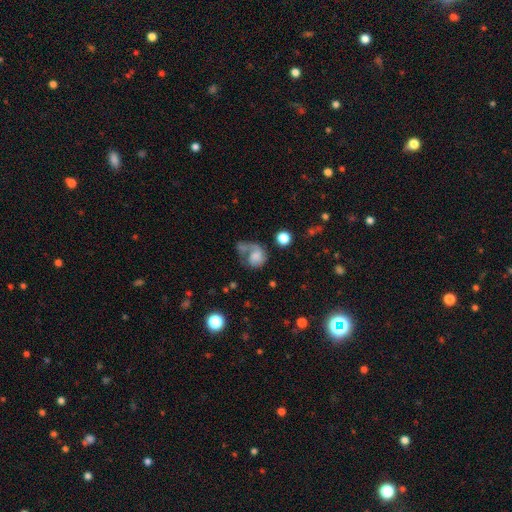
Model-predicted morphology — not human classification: This is possibly a featured or disk galaxy (51%). It is clearly not viewed edge-on (98%). Bar: likely no (71%). Spiral arm pattern: likely yes (80%). Central bulge: marginally none (38%). Merging: marginally major disturbance (40%).